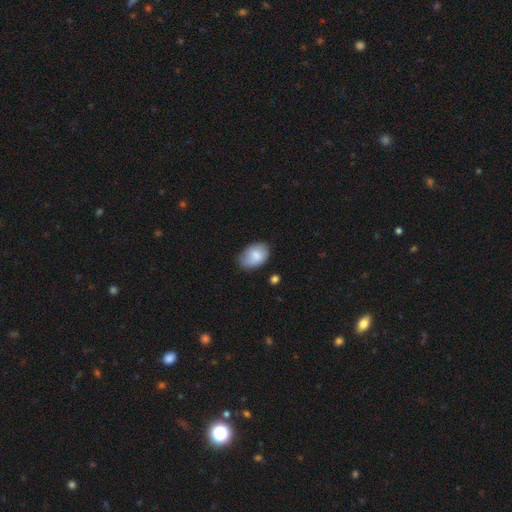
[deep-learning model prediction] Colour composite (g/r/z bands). It shows a smooth galaxy with no disk features (84%) that is in between round and cigar-shaped (87%). Merging: none (70%).